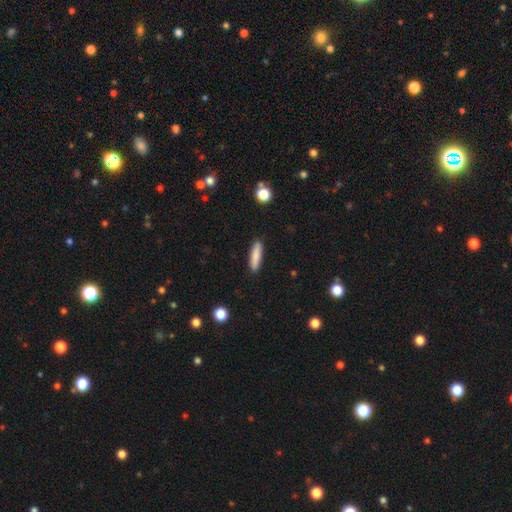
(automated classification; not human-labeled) Q: Smooth or featured?
A: smooth (84%); runner-up: featured or disk (9%)
Q: How rounded?
A: cigar-shaped (77%); runner-up: in between (21%)
Q: Merging?
A: none (90%); runner-up: minor disturbance (7%)